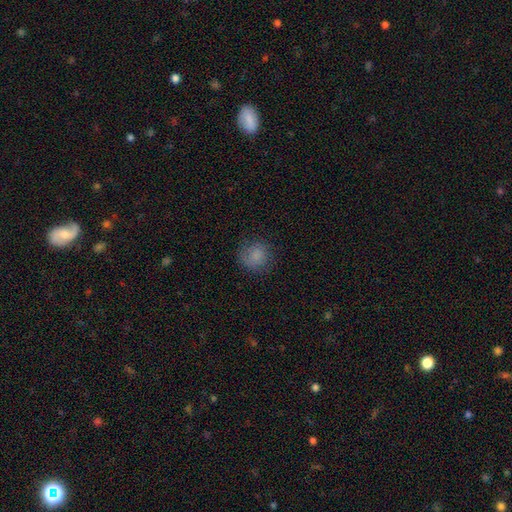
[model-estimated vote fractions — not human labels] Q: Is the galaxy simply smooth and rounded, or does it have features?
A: smooth — 81%.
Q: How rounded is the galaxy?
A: round — 86%.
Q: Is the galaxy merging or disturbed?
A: none — 77%.